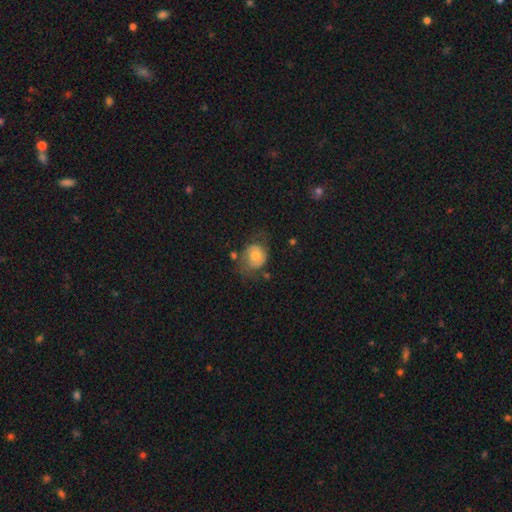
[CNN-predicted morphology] This is likely a smooth galaxy (60%). How rounded: possibly round (58%). Merging: possibly none (47%).